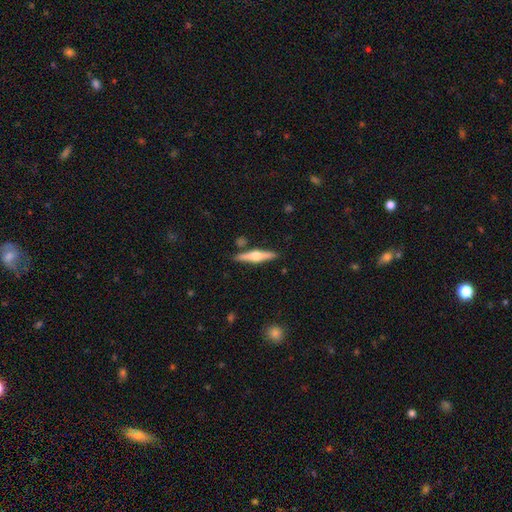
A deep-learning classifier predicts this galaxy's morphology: The model was most divided on "smooth or featured": featured or disk: 63%, smooth: 31%, star or artifact: 6%. More confident: edge-on disk — yes (97%); edge-on bulge — rounded (93%); merging — none (85%).